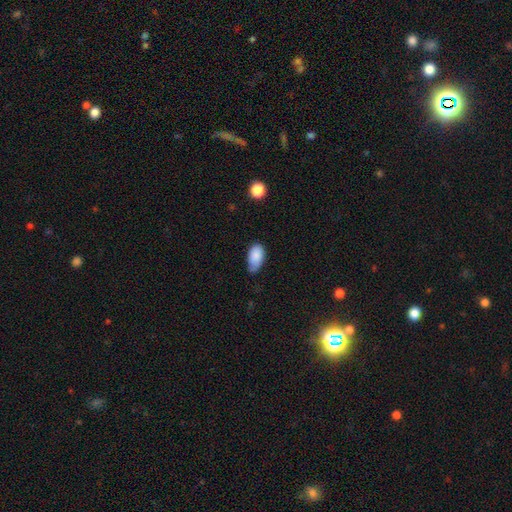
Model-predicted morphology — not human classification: The model was most divided on "merging": none: 50%, minor disturbance: 40%, major disturbance: 8%, merger: 2%. More confident: how rounded — in between (94%); smooth or featured — smooth (86%).